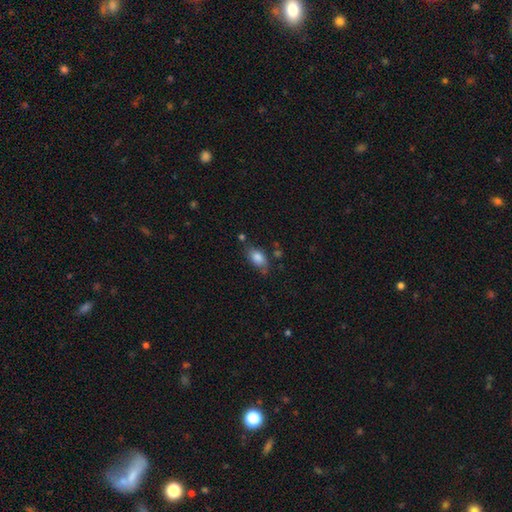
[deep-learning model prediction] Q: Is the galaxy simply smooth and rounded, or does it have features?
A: smooth — 83%.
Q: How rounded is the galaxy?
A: in between — 89%.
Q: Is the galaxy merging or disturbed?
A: none — 64%.